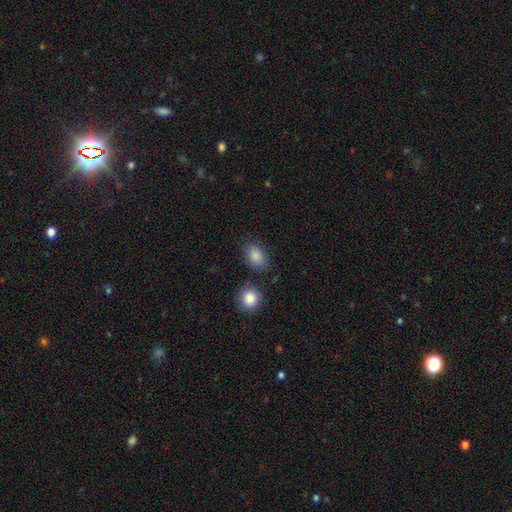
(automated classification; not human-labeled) A smooth galaxy with no disk features (87%) that is in between round and cigar-shaped (78%). Merging: none (76%).